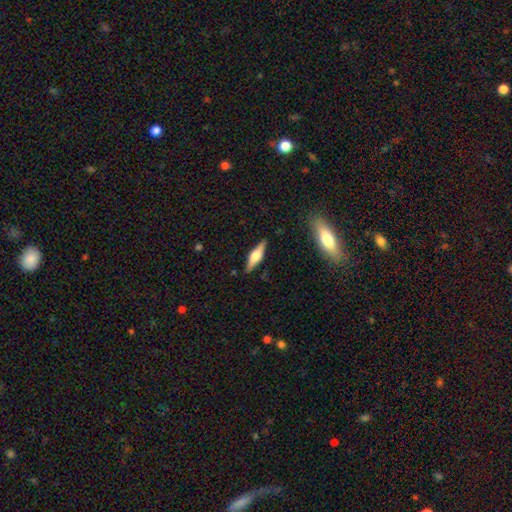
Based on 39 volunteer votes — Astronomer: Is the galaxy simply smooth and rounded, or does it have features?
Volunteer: featured or disk — 72%.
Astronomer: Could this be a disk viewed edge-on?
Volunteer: yes — 96%.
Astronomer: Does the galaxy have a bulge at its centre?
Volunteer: rounded — 96%.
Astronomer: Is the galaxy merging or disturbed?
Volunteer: none — 82%.